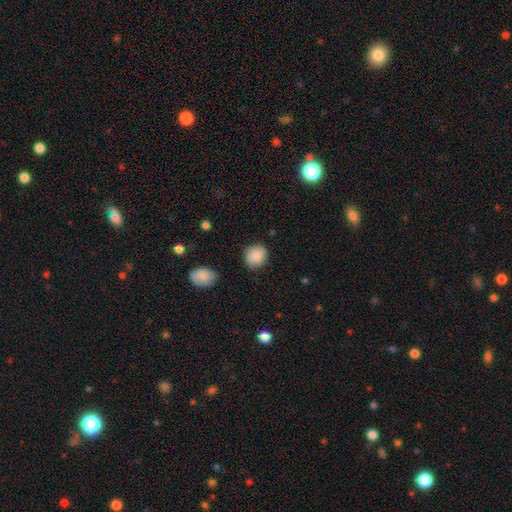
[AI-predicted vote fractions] smooth-or-featured: smooth: 87% | star or artifact: 8% | featured or disk: 6%
  how-rounded: round: 80% | in between: 19% | cigar-shaped: 1%
  merging: none: 84% | minor disturbance: 12% | major disturbance: 3% | merger: 2%